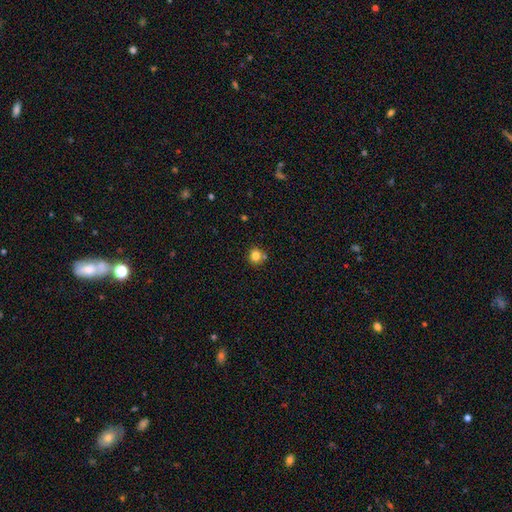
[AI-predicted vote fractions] smooth 81%, star or artifact 12%, featured or disk 6%. Down the decision tree: how rounded — round (89%); merging — none (75%).